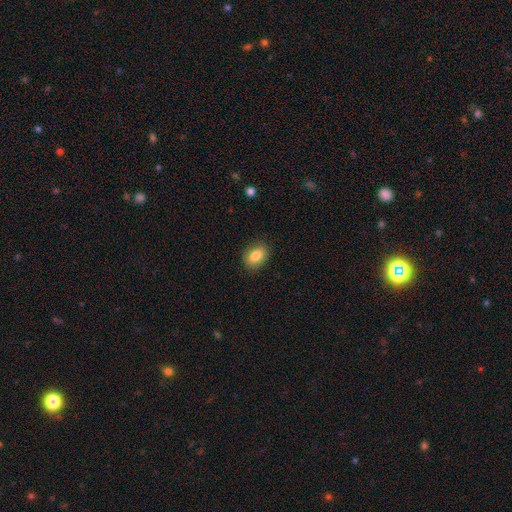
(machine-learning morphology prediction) smooth_or_featured: smooth (p=0.84) [alt: star or artifact p=0.08]
how_rounded: in between (p=0.78) [alt: round p=0.21]
merging: none (p=0.87) [alt: minor disturbance p=0.09]